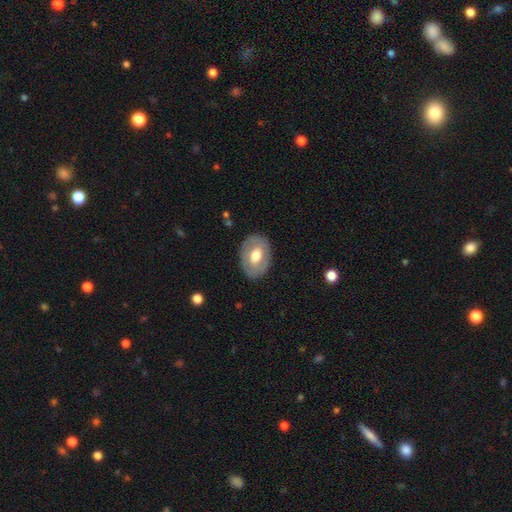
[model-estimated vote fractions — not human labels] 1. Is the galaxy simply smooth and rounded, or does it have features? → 51% smooth, 43% featured or disk, 6% star or artifact.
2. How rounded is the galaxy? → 80% in between, 19% round, 1% cigar-shaped.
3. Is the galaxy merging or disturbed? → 84% none, 12% minor disturbance, 4% major disturbance, 1% merger.